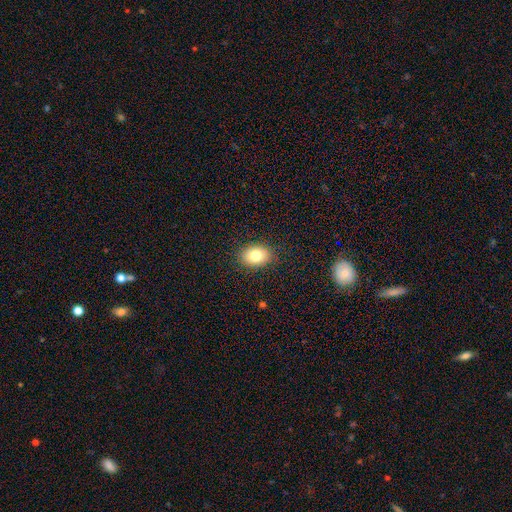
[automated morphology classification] Smooth or featured?
  - smooth: 80% *
  - featured or disk: 11%
  - star or artifact: 9%
How rounded?
  - in between: 71% *
  - round: 28%
  - cigar-shaped: 1%
Merging?
  - none: 88% *
  - minor disturbance: 9%
  - major disturbance: 2%
  - merger: 1%